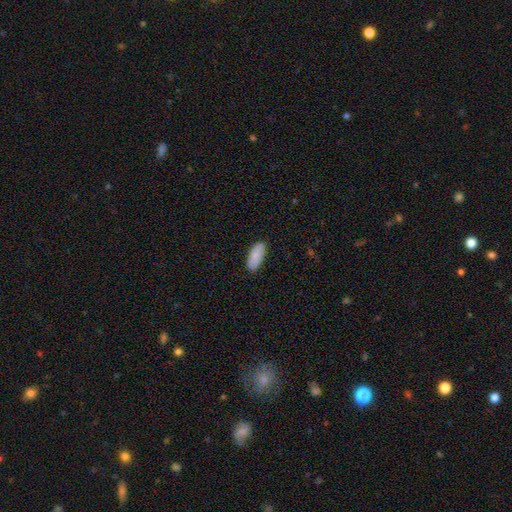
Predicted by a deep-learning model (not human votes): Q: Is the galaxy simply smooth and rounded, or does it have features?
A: smooth — 86%.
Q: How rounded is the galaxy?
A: in between — 85%.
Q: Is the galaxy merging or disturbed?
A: none — 86%.